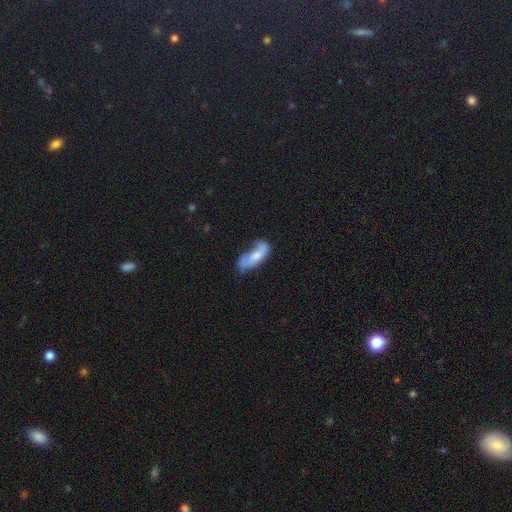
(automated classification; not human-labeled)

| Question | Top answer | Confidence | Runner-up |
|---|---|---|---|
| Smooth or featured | smooth | 51% | featured or disk (42%) |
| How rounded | in between | 73% | cigar-shaped (25%) |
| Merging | none | 38% | minor disturbance (34%) |